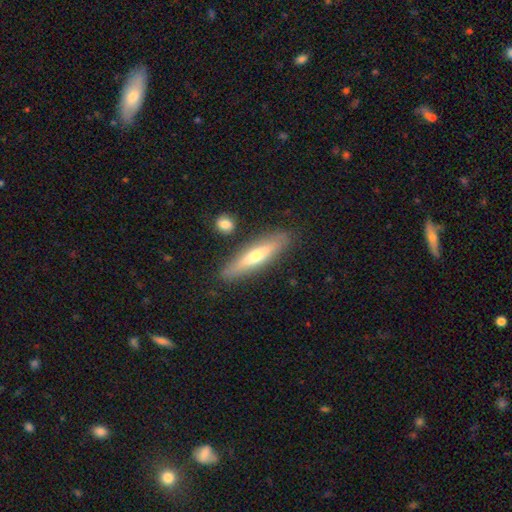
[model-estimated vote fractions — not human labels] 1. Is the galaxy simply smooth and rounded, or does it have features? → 50% smooth, 44% featured or disk, 6% star or artifact.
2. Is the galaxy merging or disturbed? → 84% none, 10% minor disturbance, 4% merger, 2% major disturbance.